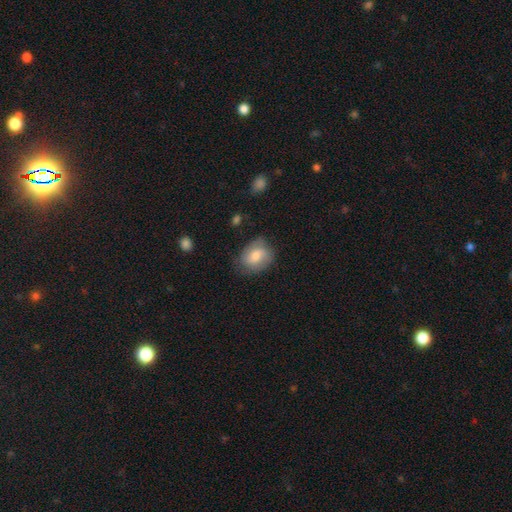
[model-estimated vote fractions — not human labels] Morphology: type=smooth (66%); roundness=in between (60%); merging=none (67%).